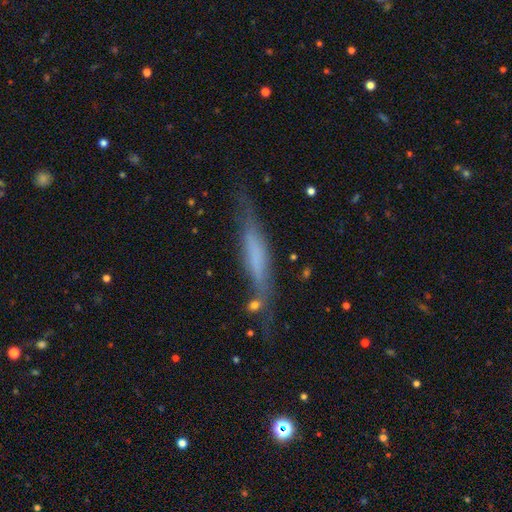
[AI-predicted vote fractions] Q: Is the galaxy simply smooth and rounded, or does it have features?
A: featured or disk — 50%.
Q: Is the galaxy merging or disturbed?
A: none — 66%.